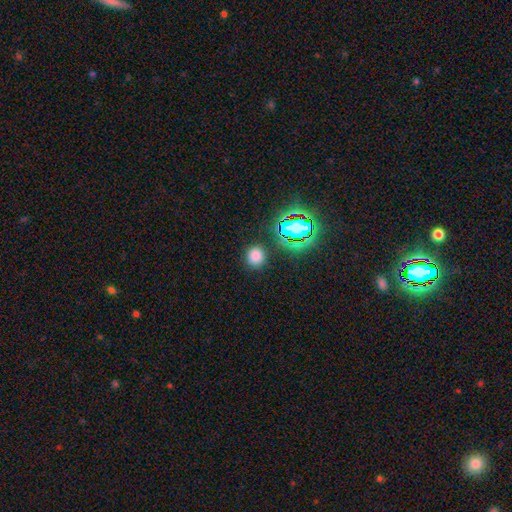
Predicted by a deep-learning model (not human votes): This is likely a smooth galaxy (73%). How rounded: clearly round (85%). Merging: clearly none (87%).